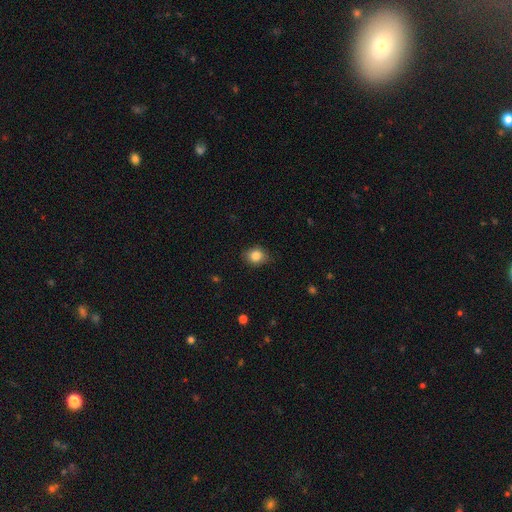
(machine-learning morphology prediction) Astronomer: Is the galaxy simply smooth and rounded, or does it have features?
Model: smooth — 84%.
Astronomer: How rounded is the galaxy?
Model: round — 59% (runner-up: in between, 40%).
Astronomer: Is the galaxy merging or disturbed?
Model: none — 81%.